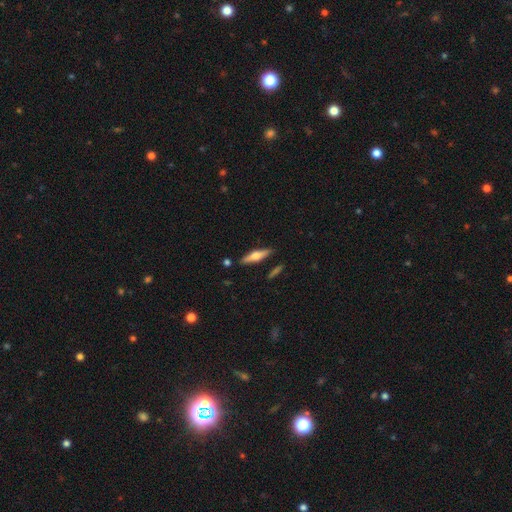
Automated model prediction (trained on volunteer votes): smooth_or_featured: featured or disk (p=0.51) [alt: smooth p=0.43]
disk_edge_on: yes (p=0.95) [alt: no p=0.05]
merging: none (p=0.86) [alt: minor disturbance p=0.09]